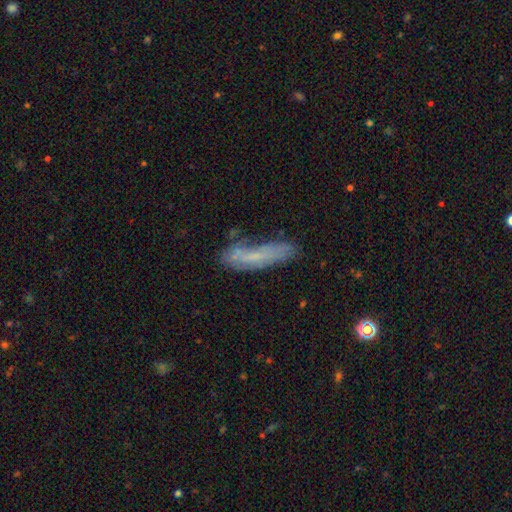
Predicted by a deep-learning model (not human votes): This appears to be a smooth galaxy with no disk features (54%) that is cigar-shaped (77%). Merging: none (51%).